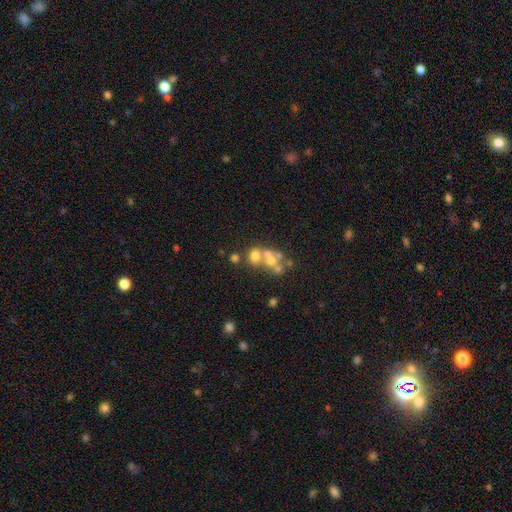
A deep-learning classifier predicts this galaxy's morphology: The model was most divided on "smooth or featured": smooth: 36%, star or artifact: 32%, featured or disk: 32%. Remaining: merging — merger (43%).